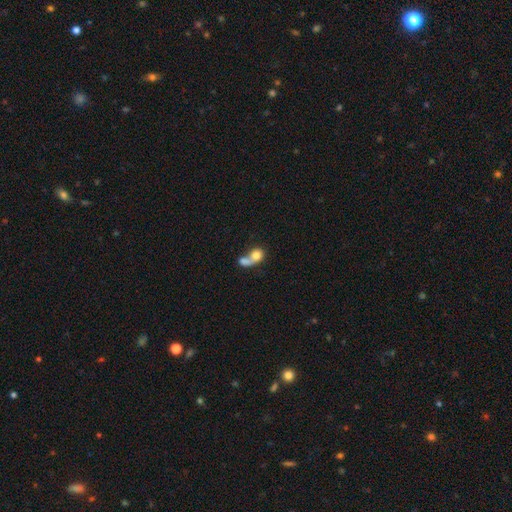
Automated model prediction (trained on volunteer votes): A smooth galaxy with no disk features (71%) that is round (57%).

Vote fractions:
- Smooth or featured? smooth: 71% / featured or disk: 20% / star or artifact: 9%
- How rounded? round: 57% / in between: 40% / cigar-shaped: 3%
- Merging? merger: 68% / none: 16% / major disturbance: 10% / minor disturbance: 6%